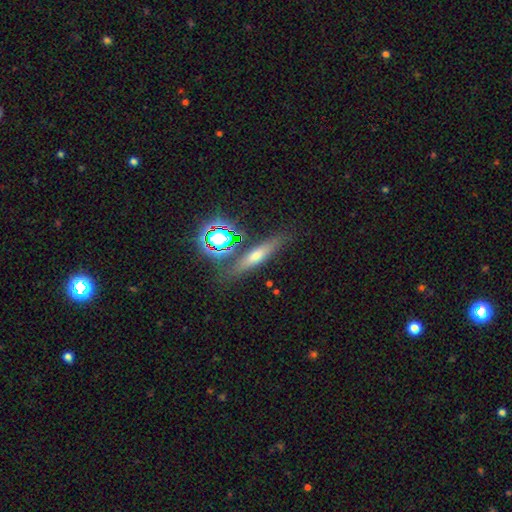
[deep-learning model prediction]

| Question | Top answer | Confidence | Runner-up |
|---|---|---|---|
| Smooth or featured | smooth | 45% | featured or disk (39%) |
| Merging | none | 79% | minor disturbance (12%) |